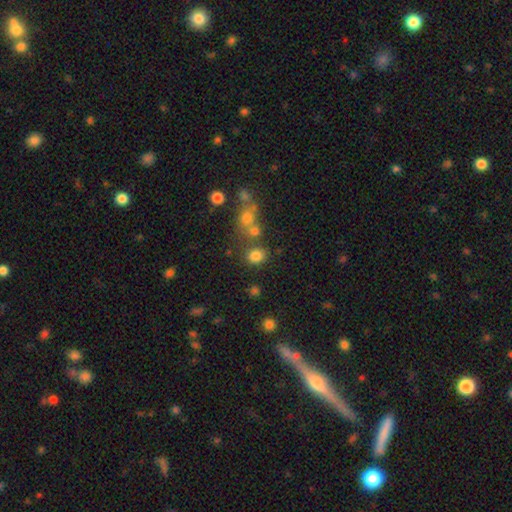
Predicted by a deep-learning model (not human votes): Smooth or featured? smooth (78%)
How rounded? round (64%)
Merging? none (69%)